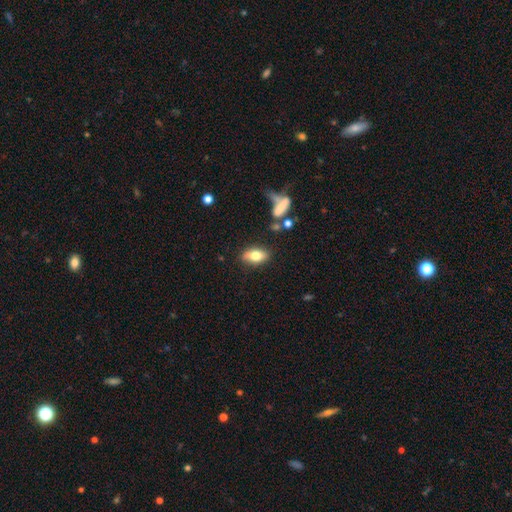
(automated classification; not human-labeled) Morphology: type=smooth (73%); roundness=in between (87%); merging=none (79%).